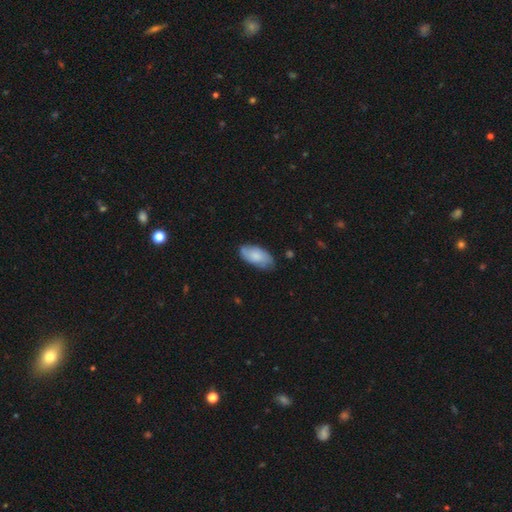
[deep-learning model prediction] The model was most divided on "smooth or featured": smooth: 71%, featured or disk: 23%, star or artifact: 6%. More confident: how rounded — in between (92%); merging — none (71%).